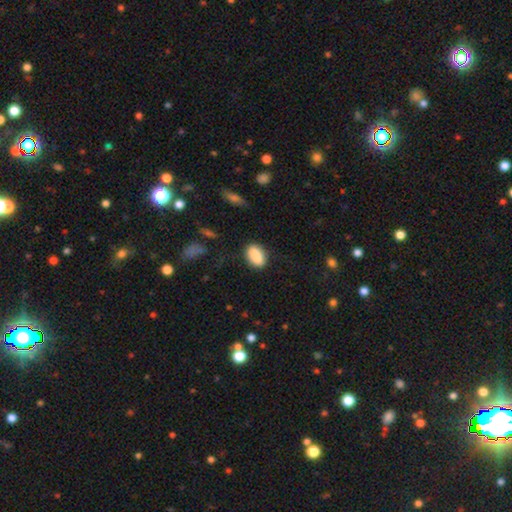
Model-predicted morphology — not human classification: smooth 87%, star or artifact 7%, featured or disk 6%. Down the decision tree: how rounded — in between (88%); merging — none (84%).